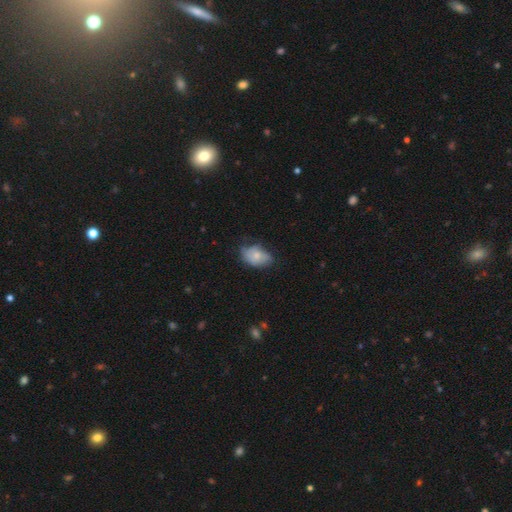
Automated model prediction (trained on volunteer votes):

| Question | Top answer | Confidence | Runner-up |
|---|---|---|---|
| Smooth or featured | smooth | 67% | featured or disk (26%) |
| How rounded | in between | 83% | round (16%) |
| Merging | none | 51% | minor disturbance (36%) |